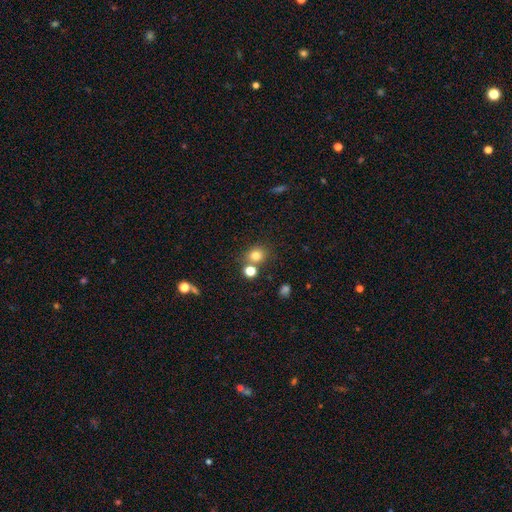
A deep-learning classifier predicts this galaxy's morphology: Overall: smooth (78%). How rounded: round (75%). Merging: none (68%).